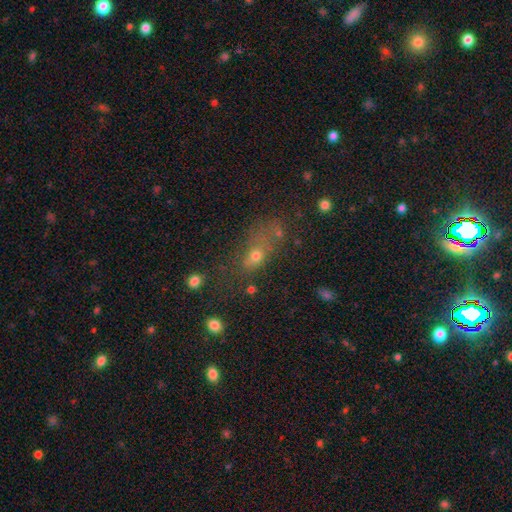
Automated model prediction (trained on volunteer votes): smooth_or_featured: smooth (p=0.48) [alt: star or artifact p=0.35]
merging: none (p=0.49) [alt: minor disturbance p=0.18]